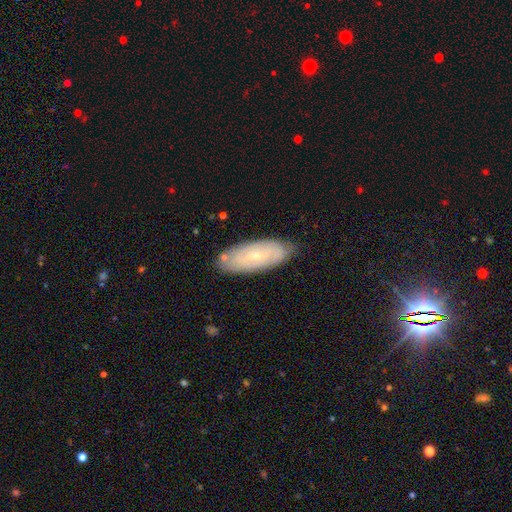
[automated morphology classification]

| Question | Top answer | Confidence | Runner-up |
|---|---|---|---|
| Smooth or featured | featured or disk | 55% | smooth (37%) |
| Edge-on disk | no | 85% | yes (15%) |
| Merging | none | 81% | minor disturbance (14%) |